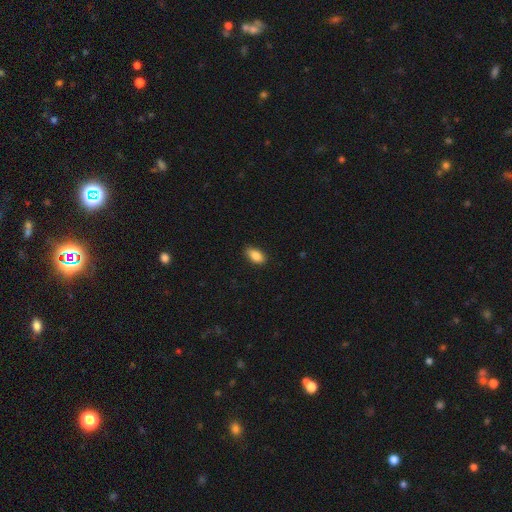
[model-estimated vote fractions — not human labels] Q: Smooth or featured?
A: smooth (87%); runner-up: star or artifact (7%)
Q: How rounded?
A: in between (90%); runner-up: cigar-shaped (6%)
Q: Merging?
A: none (85%); runner-up: minor disturbance (12%)